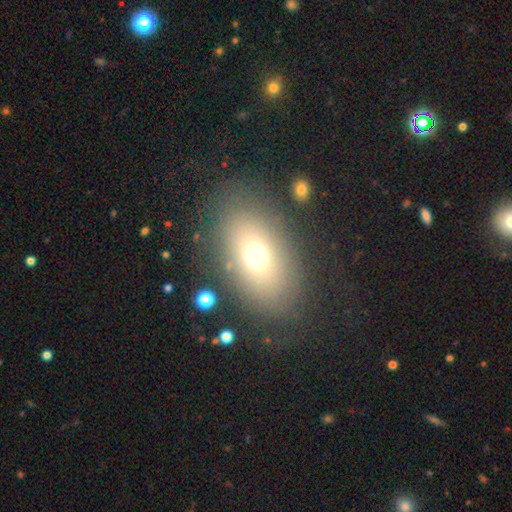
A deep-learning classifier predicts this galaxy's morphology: Smooth or featured?
  - smooth: 68% *
  - featured or disk: 18%
  - star or artifact: 15%
How rounded?
  - in between: 80% *
  - round: 18%
  - cigar-shaped: 2%
Merging?
  - none: 78% *
  - minor disturbance: 11%
  - major disturbance: 8%
  - merger: 3%